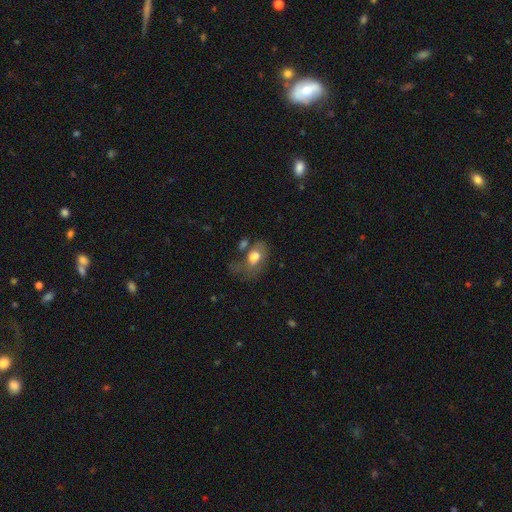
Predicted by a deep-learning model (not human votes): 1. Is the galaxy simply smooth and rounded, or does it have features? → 65% smooth, 26% featured or disk, 9% star or artifact.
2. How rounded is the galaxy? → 81% in between, 17% round, 2% cigar-shaped.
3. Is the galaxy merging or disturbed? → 39% major disturbance, 24% none, 22% minor disturbance, 15% merger.